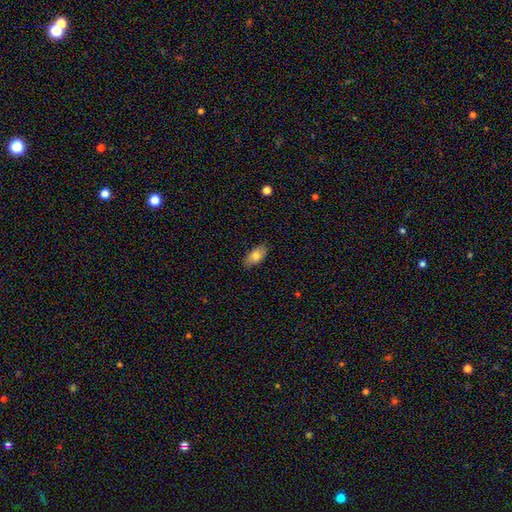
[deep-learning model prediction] This appears to be a smooth galaxy with no disk features (77%) that is in between round and cigar-shaped (91%). Merging: none (85%).